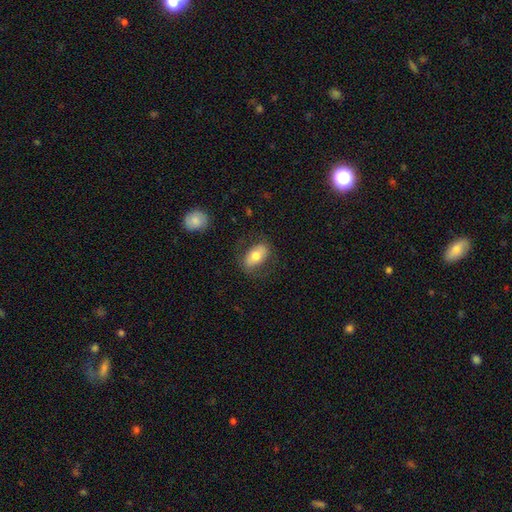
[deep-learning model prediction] A smooth galaxy with no disk features (68%) that is in between round and cigar-shaped (90%). Merging: none (75%).